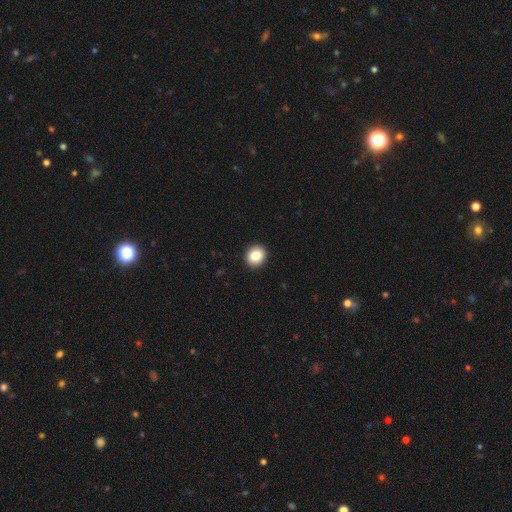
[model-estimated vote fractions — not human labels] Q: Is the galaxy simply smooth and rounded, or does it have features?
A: smooth — 84%.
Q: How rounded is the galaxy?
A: round — 79%.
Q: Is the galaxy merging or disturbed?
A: none — 93%.